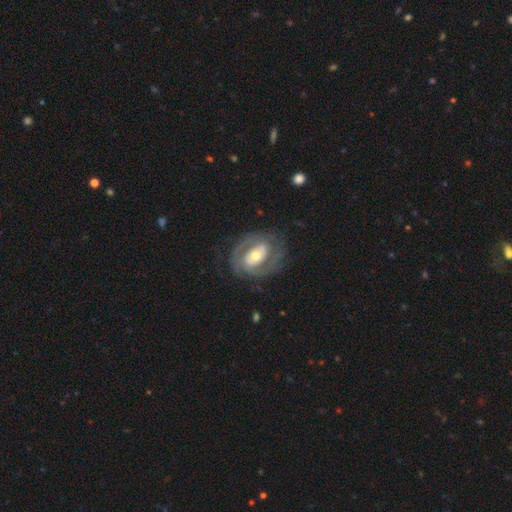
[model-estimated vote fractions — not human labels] smooth-or-featured: featured or disk: 84% | smooth: 12% | star or artifact: 5%
  disk-edge-on: no: 97% | yes: 3%
    bar: no: 45% | weak: 32% | strong: 23%
    has-spiral-arms: yes: 87% | no: 13%
      spiral-winding: tight: 51% | medium: 37% | loose: 12%
      spiral-arm-count: 2: 70% | can't tell: 14% | 3: 8% | 1: 4% | 4: 2% | more than 4: 2%
    bulge-size: moderate: 63% | small: 25% | large: 10% | dominant: 1% | none: 1%
  merging: none: 73% | minor disturbance: 15% | major disturbance: 10% | merger: 1%